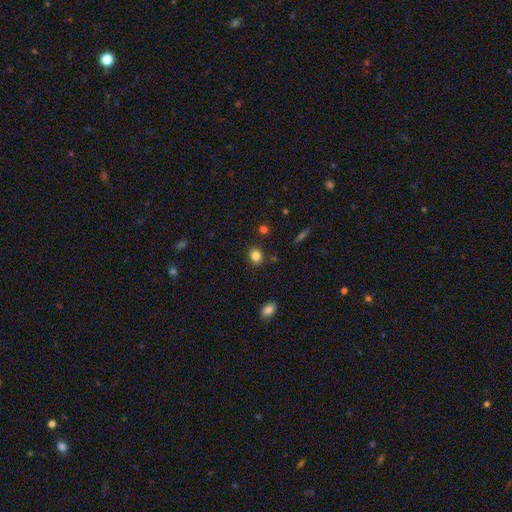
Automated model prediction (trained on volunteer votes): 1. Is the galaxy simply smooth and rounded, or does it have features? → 84% smooth, 11% star or artifact, 6% featured or disk.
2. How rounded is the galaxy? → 60% round, 39% in between, 1% cigar-shaped.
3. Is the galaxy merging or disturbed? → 85% none, 9% minor disturbance, 3% merger, 3% major disturbance.